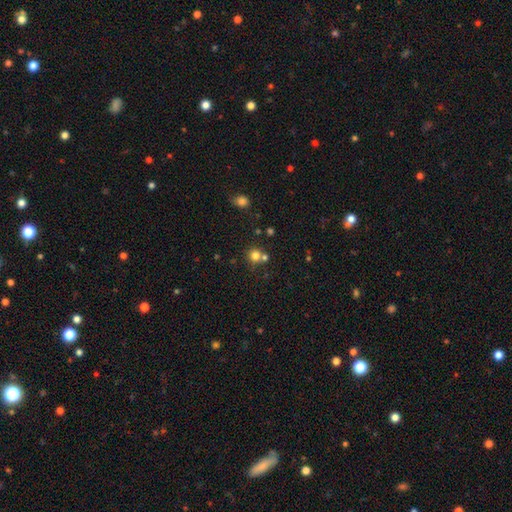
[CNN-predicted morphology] Smooth or featured: smooth — 77% (star or artifact — 15%)
How rounded: round — 90% (in between — 9%)
Merging: none — 62% (merger — 27%)